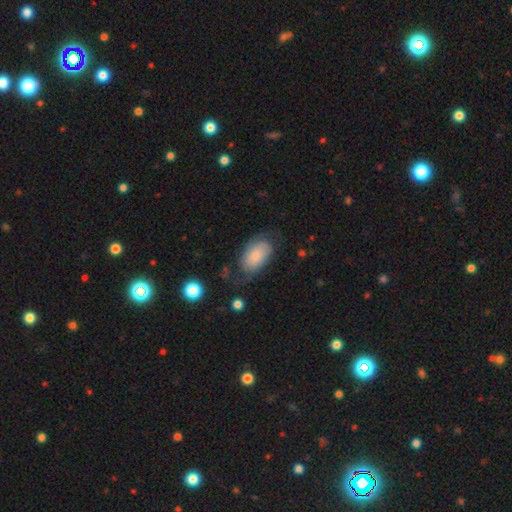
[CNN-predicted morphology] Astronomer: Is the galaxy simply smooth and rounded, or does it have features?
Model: smooth — 55% (runner-up: featured or disk, 38%).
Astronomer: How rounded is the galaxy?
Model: in between — 92%.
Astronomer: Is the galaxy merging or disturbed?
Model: none — 54%.